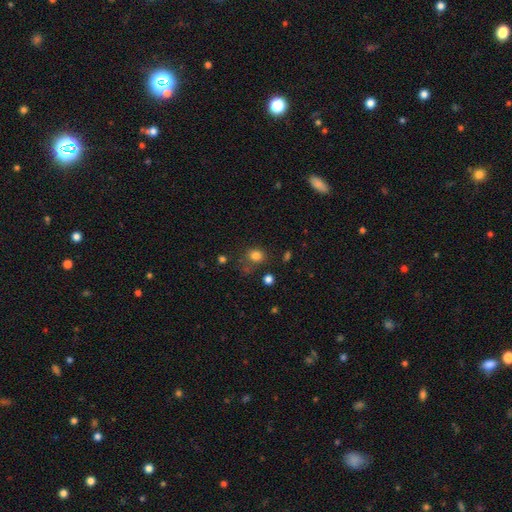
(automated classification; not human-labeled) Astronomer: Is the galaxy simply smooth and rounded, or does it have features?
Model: smooth — 80%.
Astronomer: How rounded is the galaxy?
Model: round — 68%.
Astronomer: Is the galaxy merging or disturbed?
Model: none — 67%.